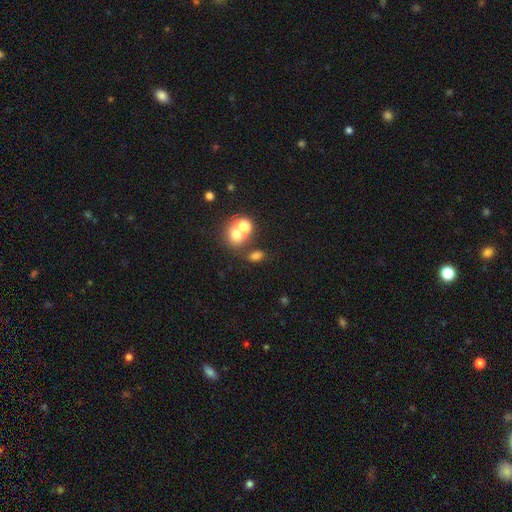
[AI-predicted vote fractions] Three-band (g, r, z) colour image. It shows a smooth galaxy with no disk features (71%) that is in between round and cigar-shaped (67%). Merging: none (54%).